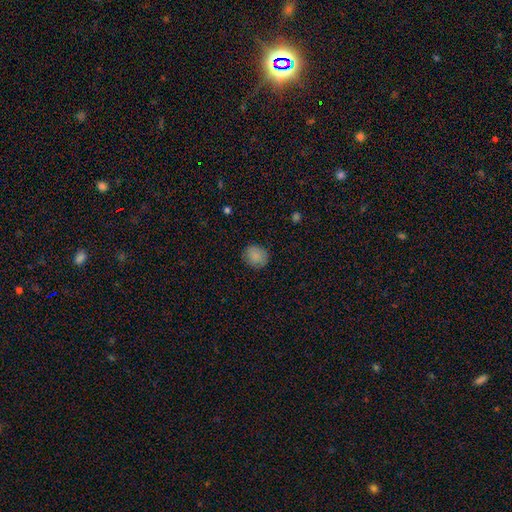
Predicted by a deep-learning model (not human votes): Q: Smooth or featured?
A: smooth (86%); runner-up: star or artifact (9%)
Q: How rounded?
A: round (76%); runner-up: in between (23%)
Q: Merging?
A: none (85%); runner-up: minor disturbance (11%)